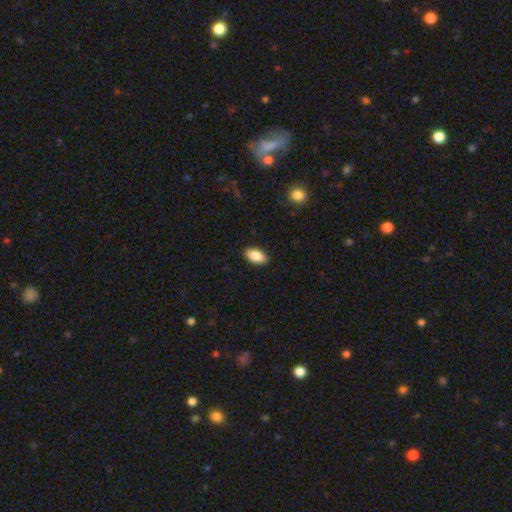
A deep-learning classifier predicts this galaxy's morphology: A smooth galaxy with no disk features (87%) that is in between round and cigar-shaped (94%).

Vote fractions:
- Smooth or featured? smooth: 87% / star or artifact: 7% / featured or disk: 6%
- How rounded? in between: 94% / round: 4% / cigar-shaped: 3%
- Merging? none: 89% / minor disturbance: 8% / major disturbance: 2% / merger: 1%